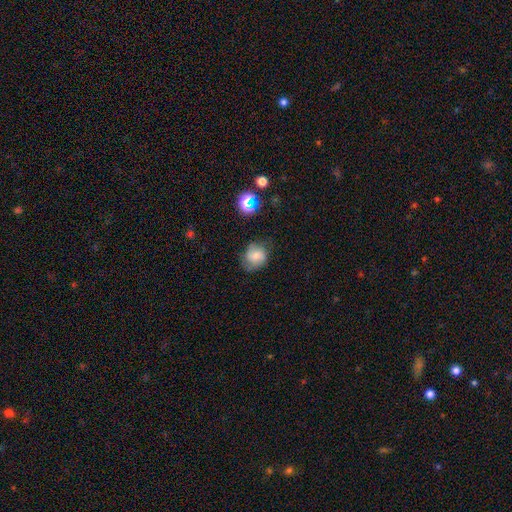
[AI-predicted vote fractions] smooth-or-featured: smooth: 64% | featured or disk: 23% | star or artifact: 13%
  how-rounded: round: 70% | in between: 29% | cigar-shaped: 1%
  merging: none: 64% | minor disturbance: 26% | major disturbance: 9% | merger: 2%